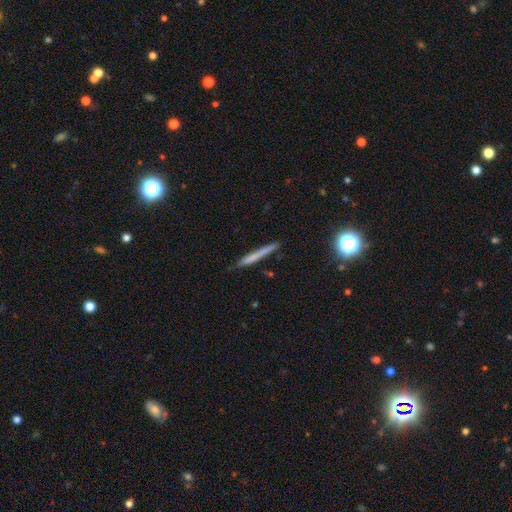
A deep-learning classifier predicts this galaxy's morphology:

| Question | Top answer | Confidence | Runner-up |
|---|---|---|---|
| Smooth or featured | smooth | 64% | featured or disk (28%) |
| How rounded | cigar-shaped | 96% | in between (2%) |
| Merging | none | 86% | minor disturbance (10%) |